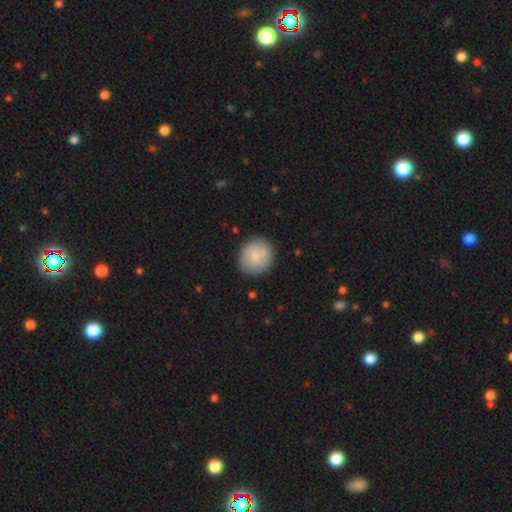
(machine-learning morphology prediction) The model was most divided on "smooth or featured": smooth: 79%, featured or disk: 15%, star or artifact: 7%. More confident: how rounded — round (87%); merging — none (81%).